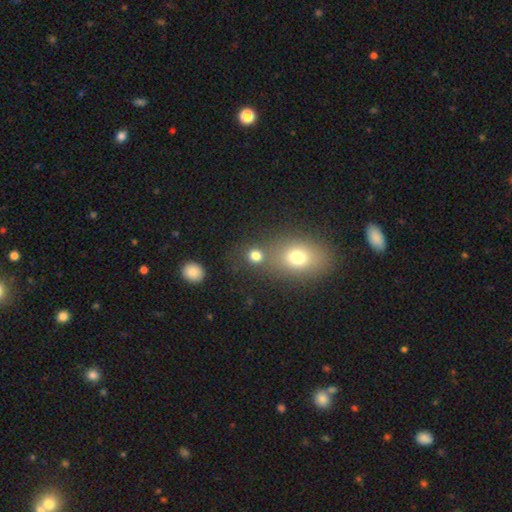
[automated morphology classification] smooth 77%, star or artifact 15%, featured or disk 7%. Down the decision tree: how rounded — round (80%); merging — none (59%).